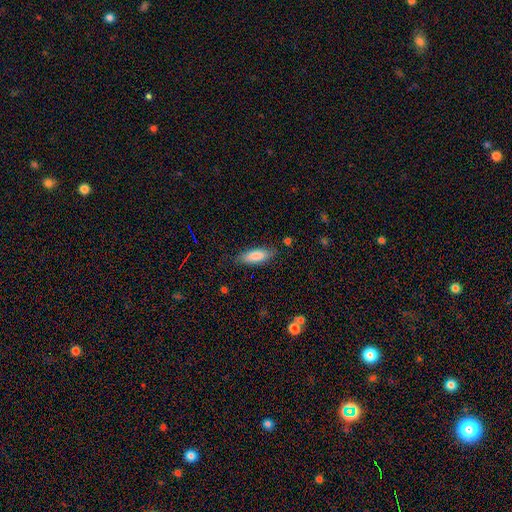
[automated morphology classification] Smooth or featured: smooth — 82% (featured or disk — 12%)
How rounded: in between — 66% (cigar-shaped — 32%)
Merging: none — 79% (minor disturbance — 16%)